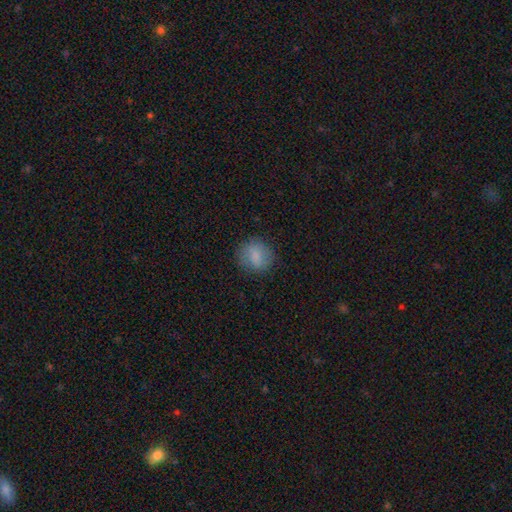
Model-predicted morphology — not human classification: smooth 83%, star or artifact 9%, featured or disk 8%. Down the decision tree: how rounded — round (81%); merging — none (84%).